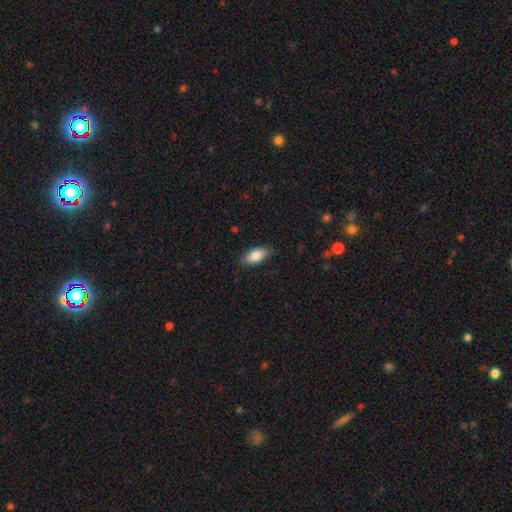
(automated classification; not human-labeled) Smooth or featured? smooth (83%)
How rounded? in between (88%)
Merging? none (85%)